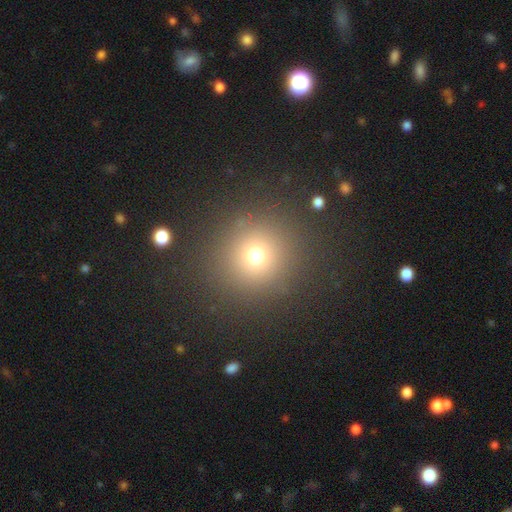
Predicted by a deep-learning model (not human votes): A smooth galaxy with no disk features (71%) that is round (93%). Merging: none (87%).